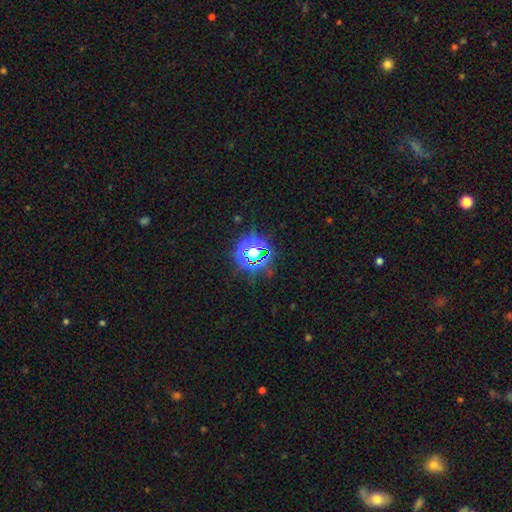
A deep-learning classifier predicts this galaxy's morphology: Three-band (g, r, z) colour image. It shows a star or artifact, not a galaxy (73%).